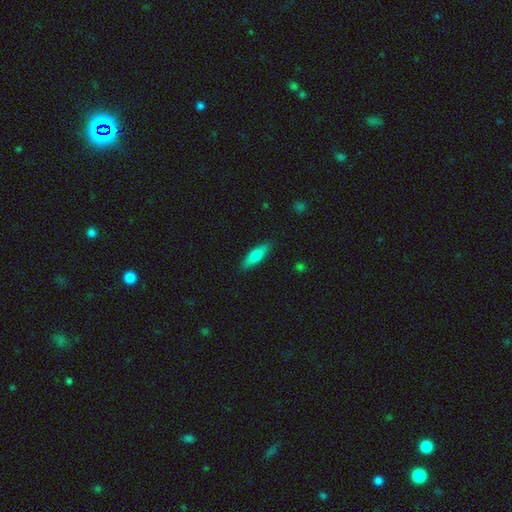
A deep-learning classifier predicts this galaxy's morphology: type=smooth (77%); roundness=cigar-shaped (51%); merging=none (88%).